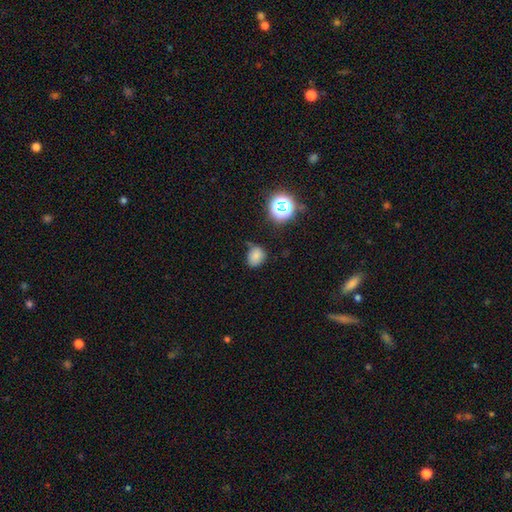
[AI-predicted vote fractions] Smooth or featured: smooth — 76% (star or artifact — 16%)
How rounded: round — 57% (in between — 42%)
Merging: none — 56% (minor disturbance — 31%)